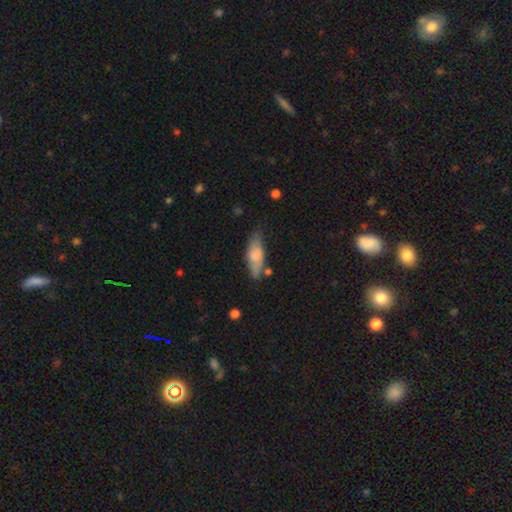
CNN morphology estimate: Smooth or featured: smooth — 65% (featured or disk — 29%)
How rounded: in between — 68% (cigar-shaped — 30%)
Merging: none — 62% (minor disturbance — 27%)